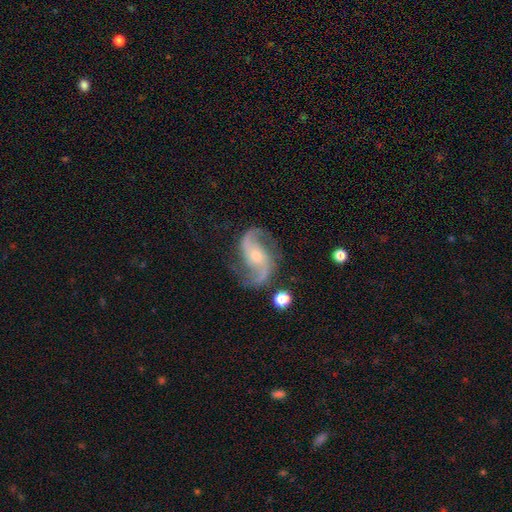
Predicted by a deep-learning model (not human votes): This appears to be a featured or disk galaxy (91%) with no bar (51%), 2 (93%) loose (47%) spiral arms (98%) and a small central bulge (52%). Merging: none (78%).